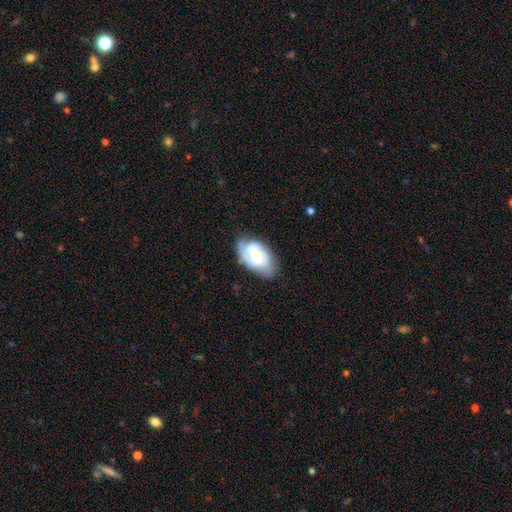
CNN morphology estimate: This is likely a featured or disk galaxy (65%). It is clearly not viewed edge-on (96%). Bar: possibly weak (49%). Spiral arm pattern: clearly yes (87%). Spiral arm count: possibly 2 (58%). Spiral winding: marginally tight (44%). Central bulge: possibly moderate (48%). Merging: likely none (65%).